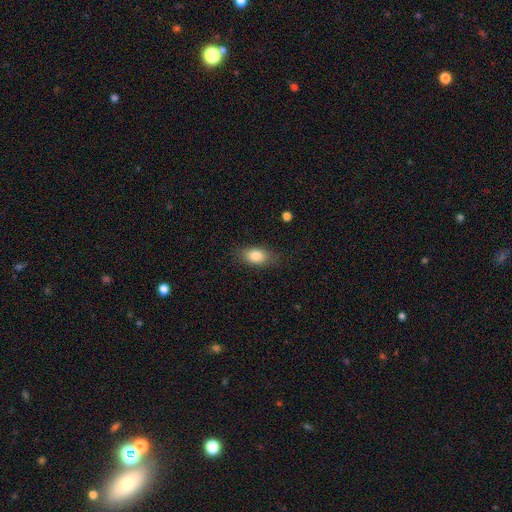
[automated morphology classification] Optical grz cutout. It shows a smooth galaxy with no disk features (82%) that is in between round and cigar-shaped (83%). Merging: none (80%).